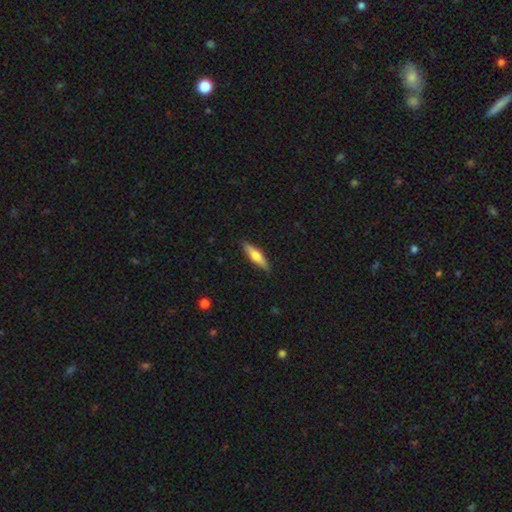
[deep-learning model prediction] A smooth galaxy with no disk features (50%).

Vote fractions:
- Smooth or featured? smooth: 50% / featured or disk: 44% / star or artifact: 6%
- Merging? none: 89% / minor disturbance: 8% / major disturbance: 2% / merger: 1%